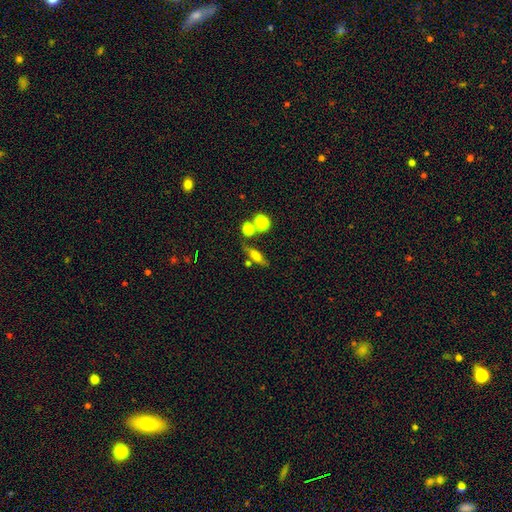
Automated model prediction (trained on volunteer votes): This appears to be a smooth galaxy with no disk features (60%) that is in between round and cigar-shaped (46%). Merging: none (63%).